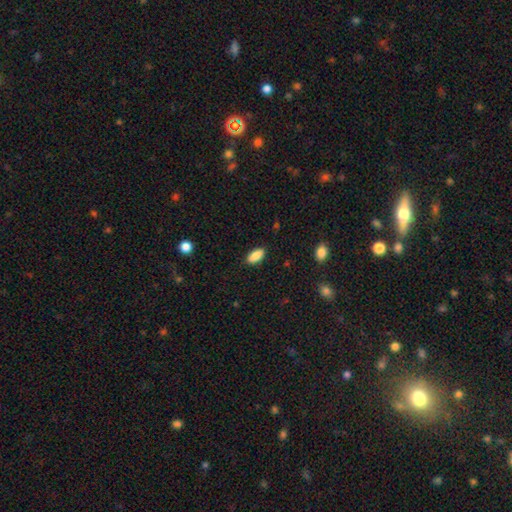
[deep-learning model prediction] Smooth or featured?
  - smooth: 88% *
  - star or artifact: 7%
  - featured or disk: 5%
How rounded?
  - in between: 87% *
  - cigar-shaped: 11%
  - round: 2%
Merging?
  - none: 88% *
  - minor disturbance: 9%
  - major disturbance: 2%
  - merger: 1%